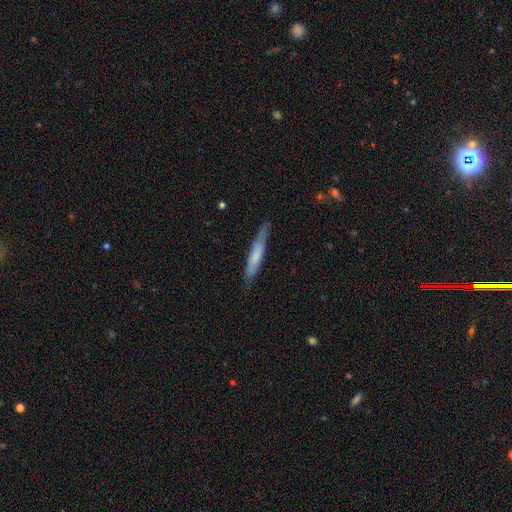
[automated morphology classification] This appears to be a smooth galaxy with no disk features (59%) that is cigar-shaped (93%). Merging: none (75%).